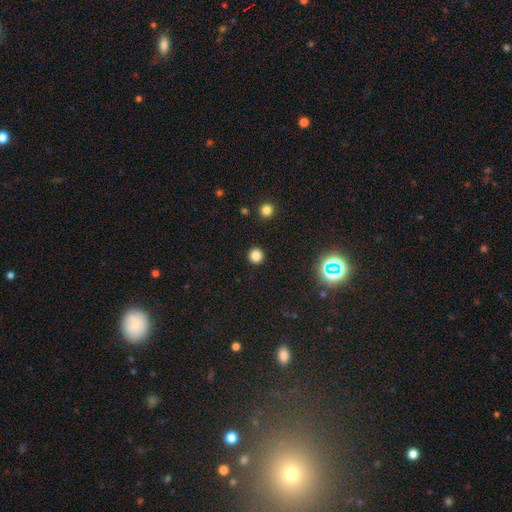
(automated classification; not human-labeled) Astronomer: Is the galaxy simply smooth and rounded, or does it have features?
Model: smooth — 81%.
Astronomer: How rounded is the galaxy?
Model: round — 96%.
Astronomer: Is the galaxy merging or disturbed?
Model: none — 93%.